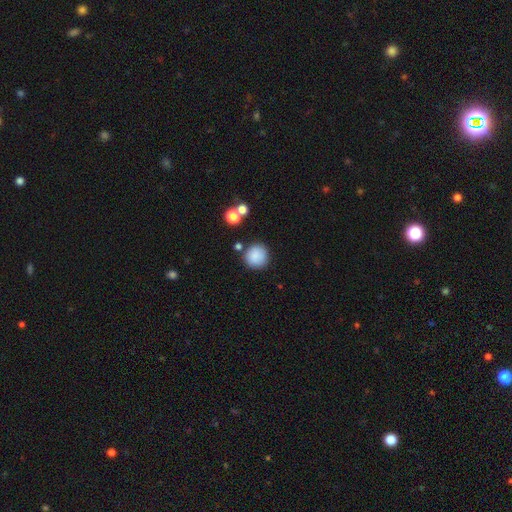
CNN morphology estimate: type=smooth (85%); roundness=round (94%); merging=none (81%).